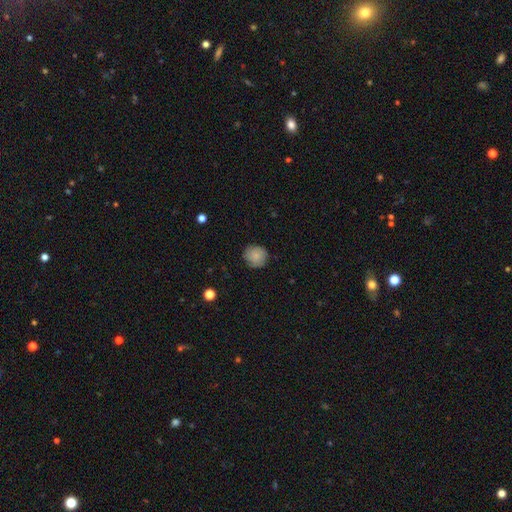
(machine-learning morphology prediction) Smooth or featured?
  - smooth: 82% *
  - featured or disk: 11%
  - star or artifact: 8%
How rounded?
  - round: 90% *
  - in between: 9%
  - cigar-shaped: 1%
Merging?
  - none: 83% *
  - minor disturbance: 13%
  - major disturbance: 3%
  - merger: 1%